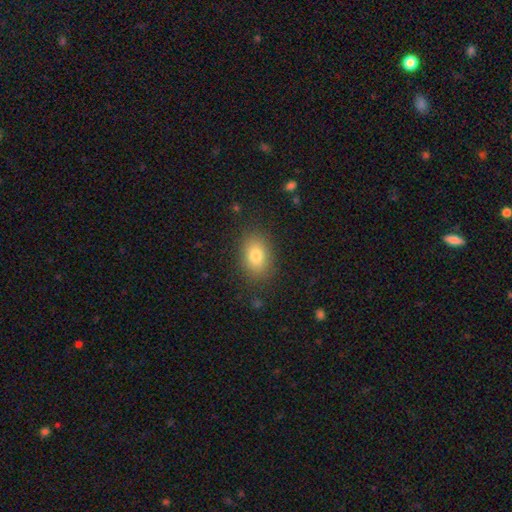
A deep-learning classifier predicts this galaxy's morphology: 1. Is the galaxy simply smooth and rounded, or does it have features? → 80% smooth, 10% featured or disk, 10% star or artifact.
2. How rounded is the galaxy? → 79% in between, 19% round, 2% cigar-shaped.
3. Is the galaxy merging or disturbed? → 86% none, 10% minor disturbance, 3% major disturbance, 1% merger.